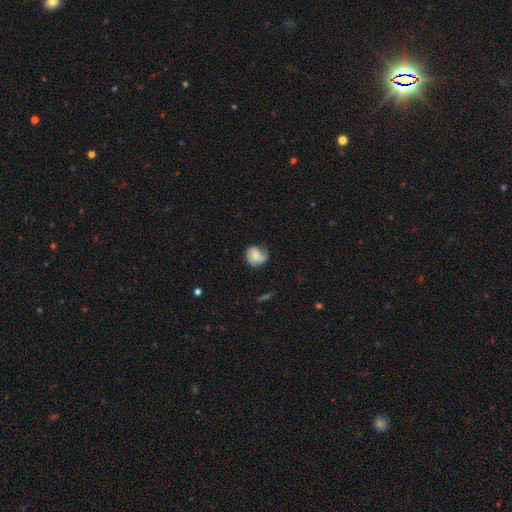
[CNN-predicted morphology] Smooth or featured? Predicted: featured or disk (p=0.51). Edge-on disk? Predicted: no (p=0.97). Merging? Predicted: none (p=0.62).